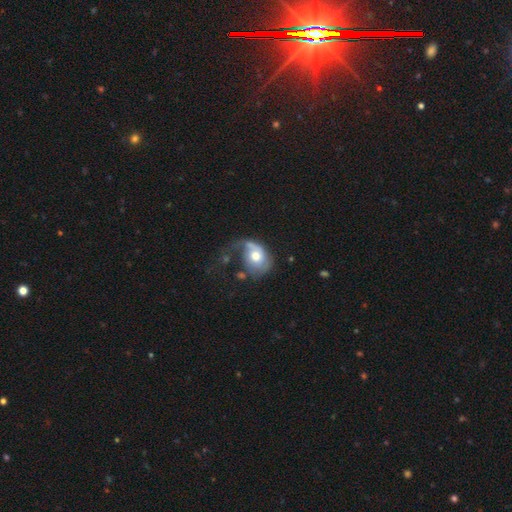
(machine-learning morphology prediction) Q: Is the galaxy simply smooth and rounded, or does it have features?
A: featured or disk — 50%.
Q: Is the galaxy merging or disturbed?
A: major disturbance — 46%.